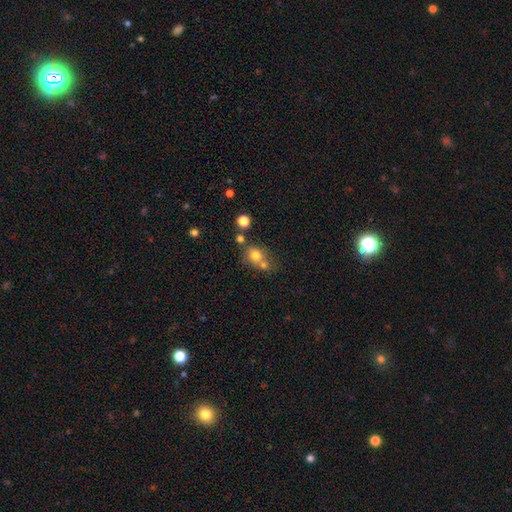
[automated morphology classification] The model was most divided on "merging": none: 45%, merger: 39%, minor disturbance: 10%, major disturbance: 5%. More confident: smooth or featured — smooth (74%); how rounded — round (73%).